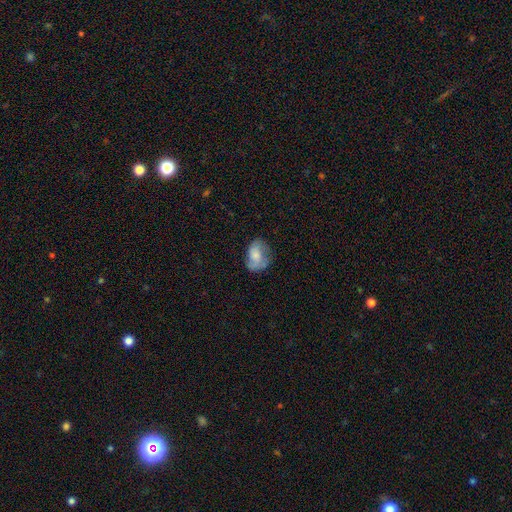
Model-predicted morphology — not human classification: Smooth or featured? smooth (61%)
How rounded? in between (77%)
Merging? none (52%)